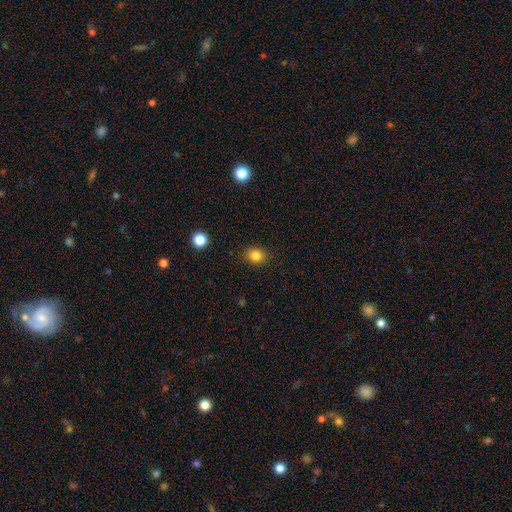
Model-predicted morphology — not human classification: This is clearly a smooth galaxy (82%). How rounded: likely round (70%). Merging: clearly none (88%).